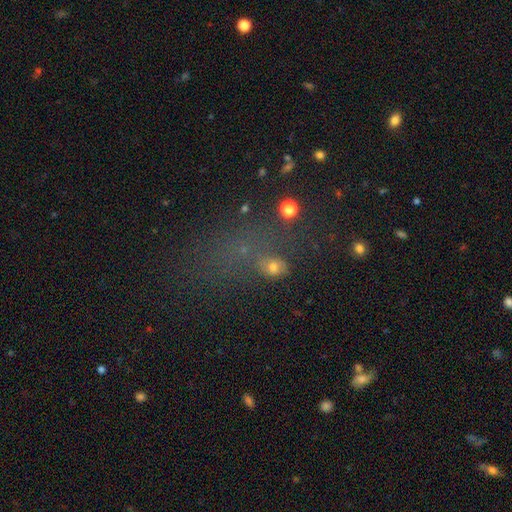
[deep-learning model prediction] A star or artifact, not a galaxy (50%).

Vote fractions:
- Smooth or featured? star or artifact: 50% / smooth: 34% / featured or disk: 16%